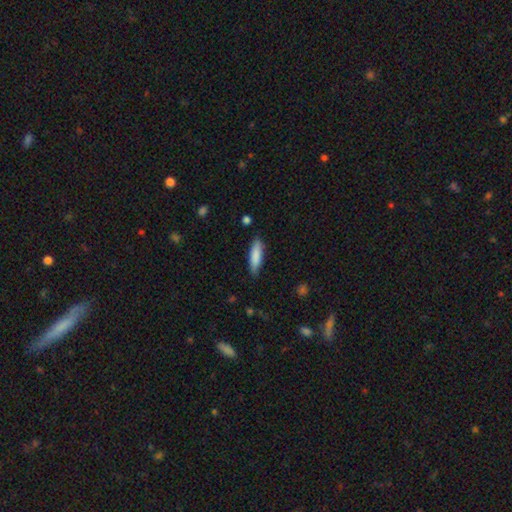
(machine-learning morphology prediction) Overall: smooth (85%). How rounded: cigar-shaped (61%; in between 37%). Merging: none (82%).